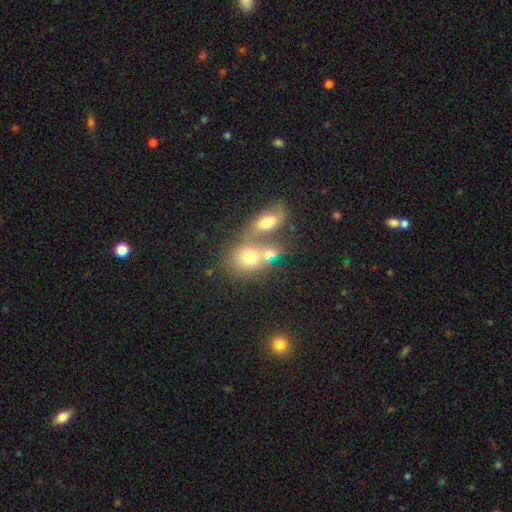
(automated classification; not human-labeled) smooth-or-featured: smooth: 60% | featured or disk: 24% | star or artifact: 16%
  how-rounded: round: 55% | in between: 43% | cigar-shaped: 3%
  merging: merger: 64% | none: 26% | minor disturbance: 6% | major disturbance: 4%